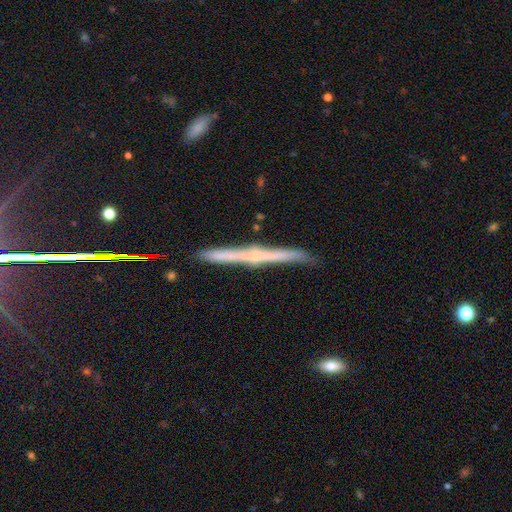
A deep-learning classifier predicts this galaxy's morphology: A featured or disk galaxy (62%) viewed edge-on (97%) with no central bulge (66%).

Vote fractions:
- Smooth or featured? featured or disk: 62% / smooth: 31% / star or artifact: 7%
- Edge-on disk? yes: 97% / no: 3%
- Edge-on bulge? none: 66% / rounded: 26% / boxy: 8%
- Merging? none: 85% / minor disturbance: 11% / merger: 2% / major disturbance: 2%